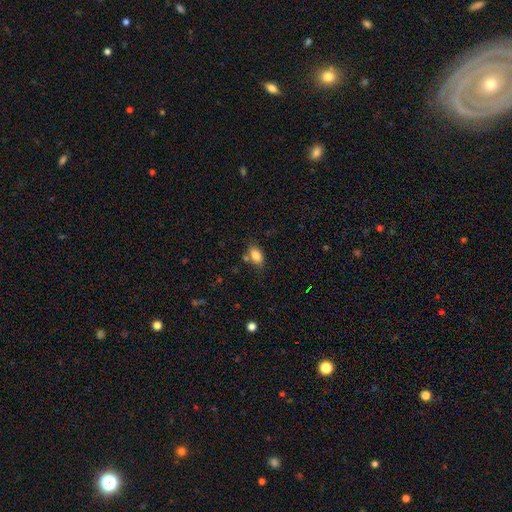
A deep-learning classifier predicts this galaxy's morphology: Overall: smooth (82%). How rounded: in between (87%). Merging: none (66%).